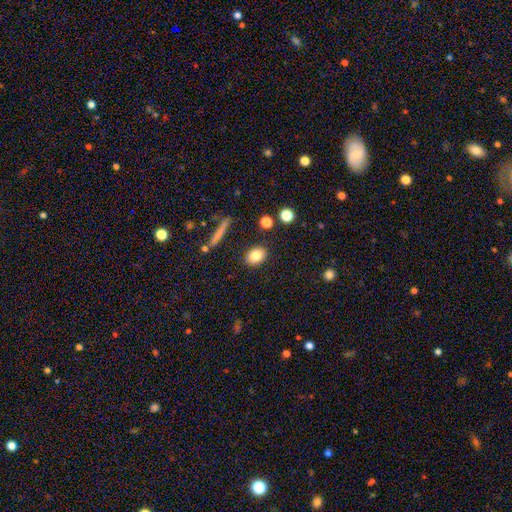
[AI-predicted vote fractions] Morphology: type=smooth (81%); roundness=in between (66%); merging=none (87%).